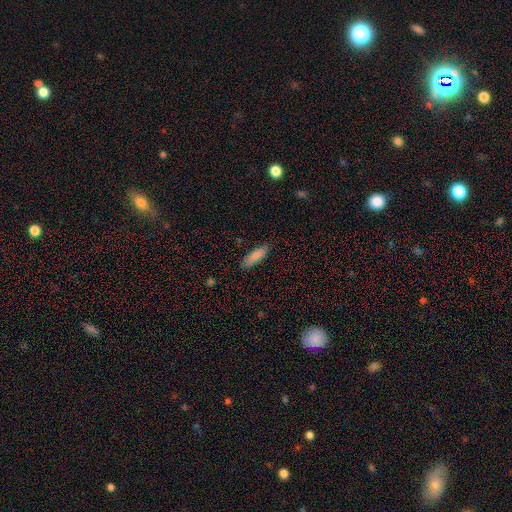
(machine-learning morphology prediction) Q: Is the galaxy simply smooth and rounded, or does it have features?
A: smooth — 85%.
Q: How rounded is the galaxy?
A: in between — 57%.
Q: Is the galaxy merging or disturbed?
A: none — 81%.